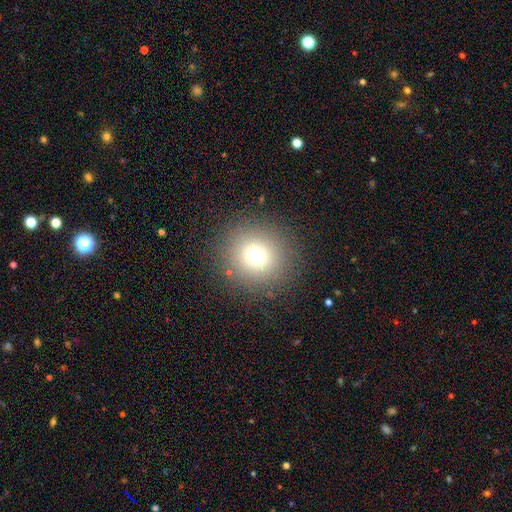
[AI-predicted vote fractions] Overall: smooth (72%). How rounded: round (92%). Merging: none (87%).